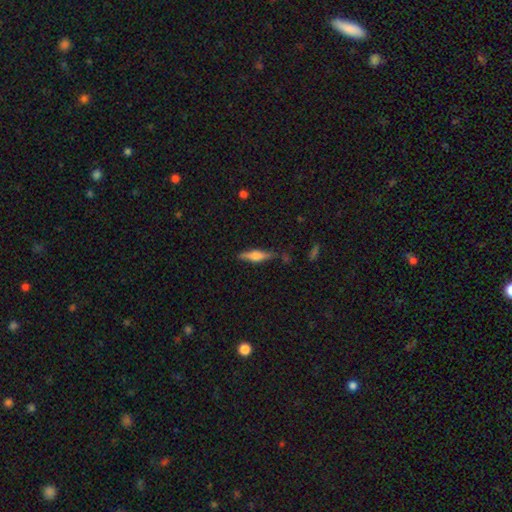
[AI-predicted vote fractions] Smooth or featured? featured or disk (52%)
Edge-on disk? yes (95%)
Merging? none (80%)